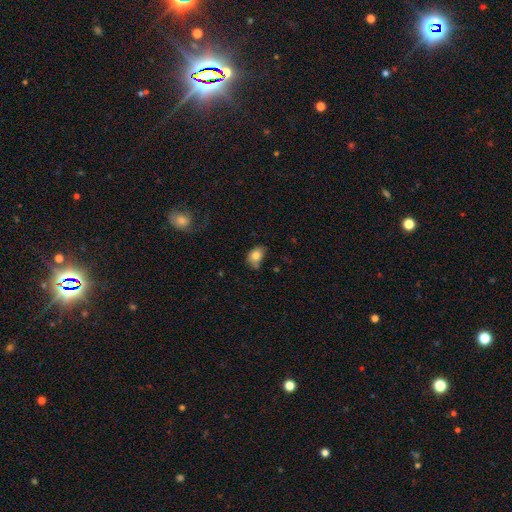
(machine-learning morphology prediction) This appears to be a smooth galaxy with no disk features (80%) that is in between round and cigar-shaped (72%). Merging: none (49%).